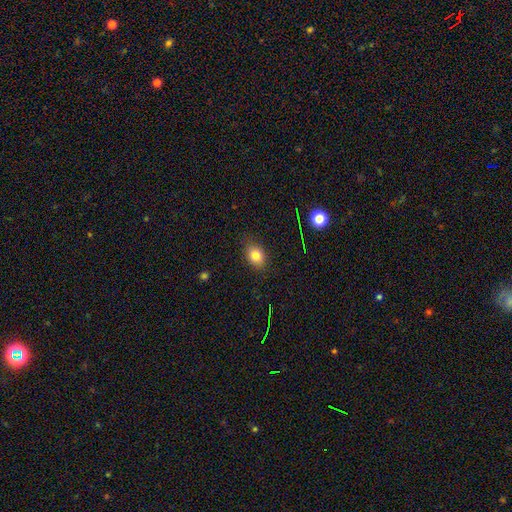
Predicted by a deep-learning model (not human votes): Smooth or featured? smooth (80%)
How rounded? in between (60%)
Merging? none (83%)